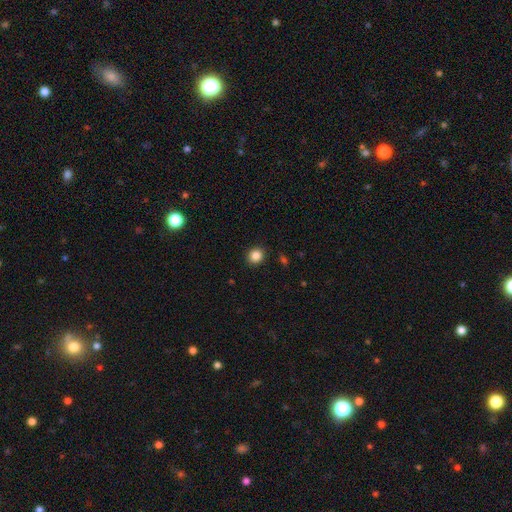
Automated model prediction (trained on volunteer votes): smooth_or_featured: smooth (p=0.85) [alt: star or artifact p=0.11]
how_rounded: round (p=0.86) [alt: in between p=0.13]
merging: none (p=0.92) [alt: minor disturbance p=0.05]